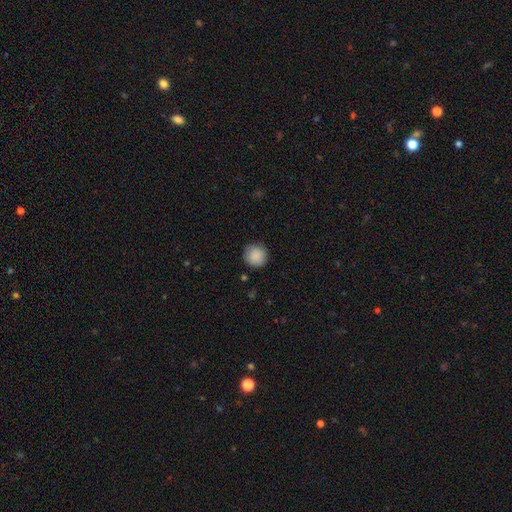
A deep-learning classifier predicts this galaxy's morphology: Overall: smooth (89%). How rounded: round (94%). Merging: none (87%).